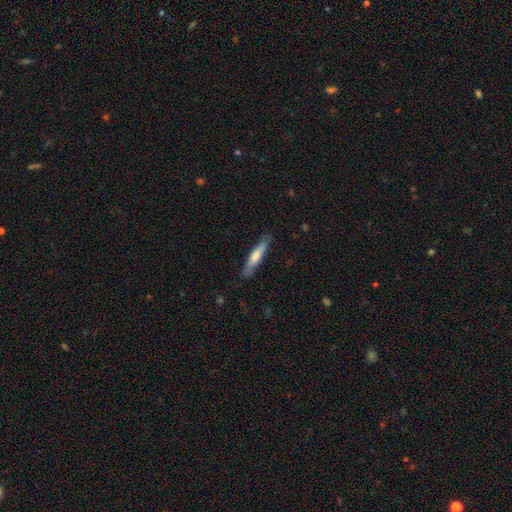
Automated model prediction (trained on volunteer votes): smooth 55%, featured or disk 39%, star or artifact 6%. Down the decision tree: how rounded — cigar-shaped (89%); merging — none (84%).